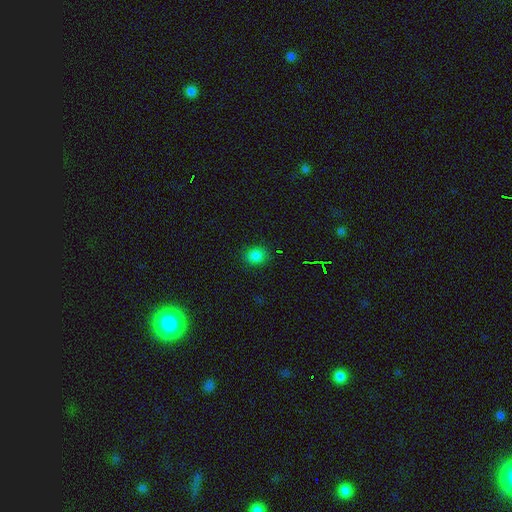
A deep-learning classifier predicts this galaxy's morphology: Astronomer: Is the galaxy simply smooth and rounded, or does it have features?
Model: smooth — 82%.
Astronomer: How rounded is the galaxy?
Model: round — 72%.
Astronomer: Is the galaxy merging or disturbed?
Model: none — 87%.